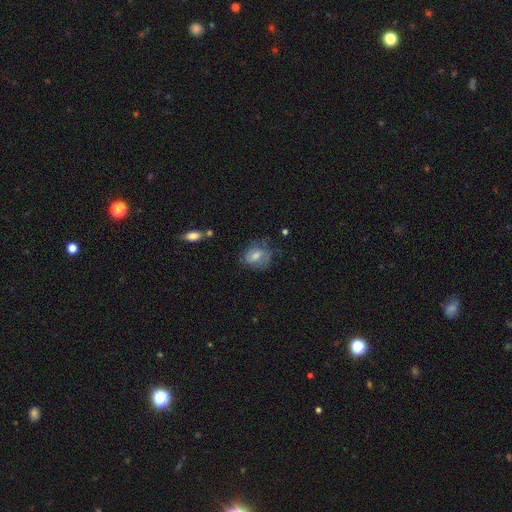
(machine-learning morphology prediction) Overall: smooth (52%; featured or disk 39%). How rounded: in between (64%; round 34%). Merging: none (53%; minor disturbance 27%).